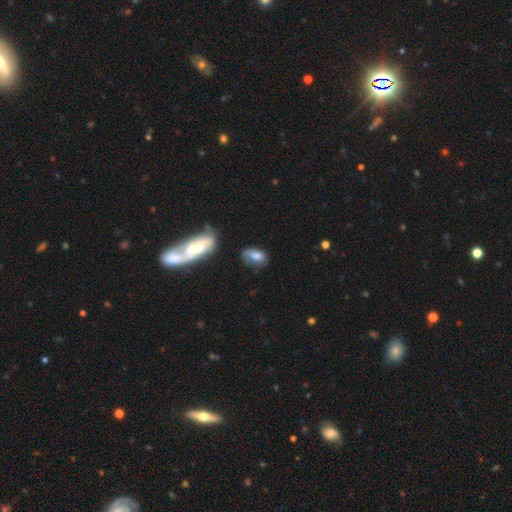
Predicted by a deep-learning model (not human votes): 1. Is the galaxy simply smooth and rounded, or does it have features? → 71% smooth, 20% featured or disk, 10% star or artifact.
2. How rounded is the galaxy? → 85% in between, 10% round, 4% cigar-shaped.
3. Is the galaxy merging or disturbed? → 47% none, 32% minor disturbance, 14% major disturbance, 7% merger.